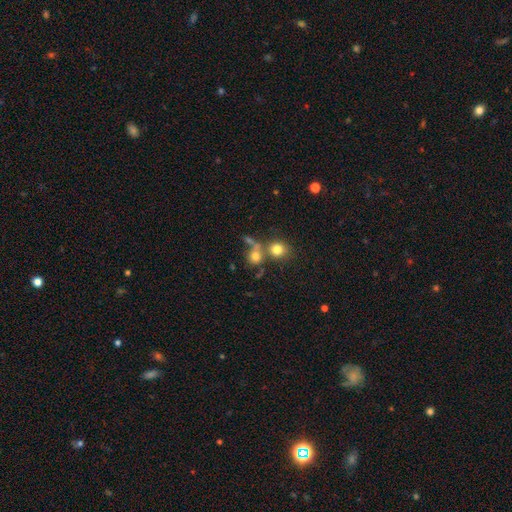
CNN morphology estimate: smooth_or_featured: smooth (p=0.71) [alt: star or artifact p=0.14]
how_rounded: round (p=0.81) [alt: in between p=0.18]
merging: none (p=0.42) [alt: merger p=0.41]